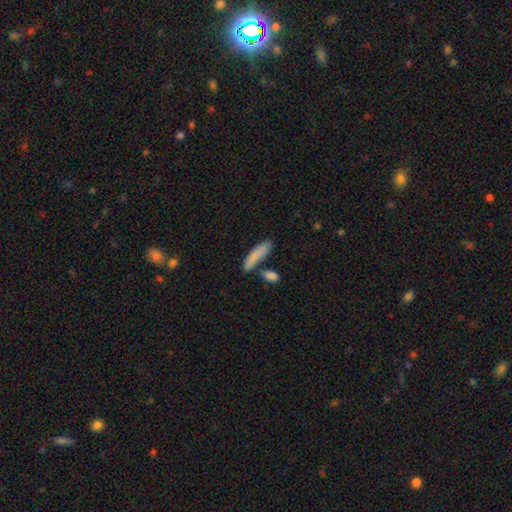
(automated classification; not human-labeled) Smooth or featured: smooth — 82% (featured or disk — 11%)
How rounded: cigar-shaped — 74% (in between — 24%)
Merging: none — 60% (merger — 20%)